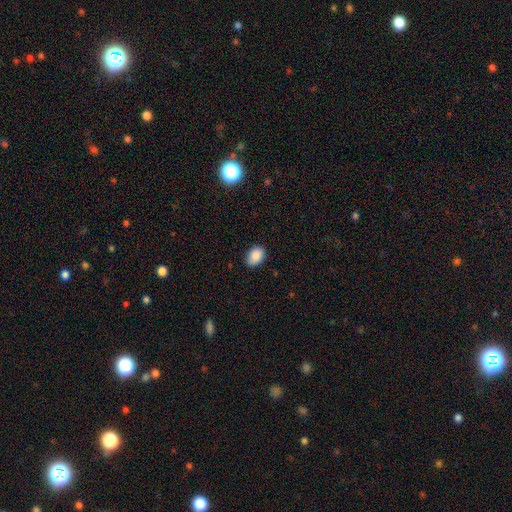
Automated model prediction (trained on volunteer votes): Q: Smooth or featured?
A: smooth (88%); runner-up: star or artifact (8%)
Q: How rounded?
A: in between (80%); runner-up: round (19%)
Q: Merging?
A: none (82%); runner-up: minor disturbance (14%)